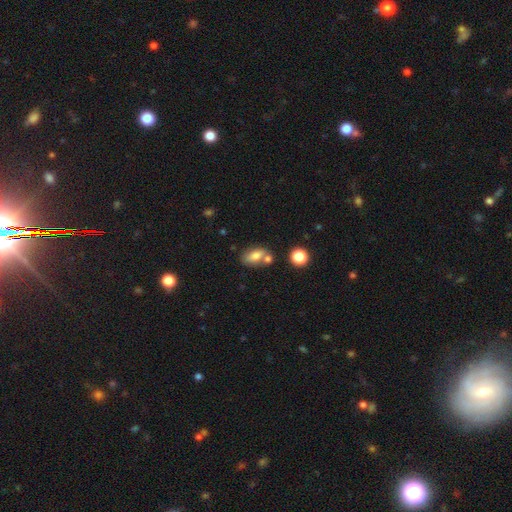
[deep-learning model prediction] This appears to be a smooth galaxy with no disk features (72%) that is in between round and cigar-shaped (80%). Merging: none (55%).